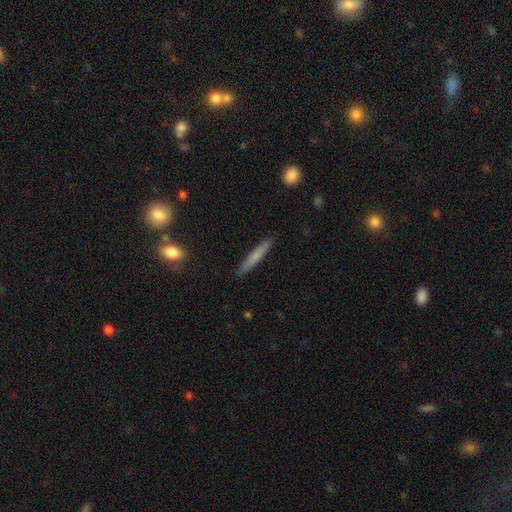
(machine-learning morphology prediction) type=smooth (66%); roundness=cigar-shaped (95%); merging=none (89%).